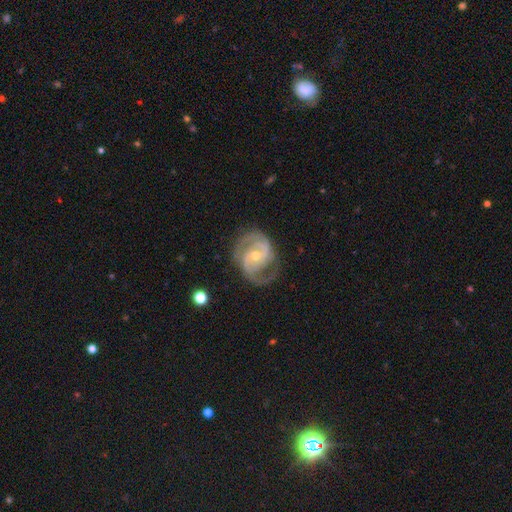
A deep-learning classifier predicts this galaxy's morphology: The model was most divided on "bulge size": small: 49%, moderate: 48%, large: 1%, none: 1%, dominant: 1%. Remaining: edge-on disk — no (98%); spiral arms — yes (98%); smooth or featured — featured or disk (91%); spiral arm count — 2 (79%); merging — none (72%); bar — no (55%); spiral winding — tight (47%).